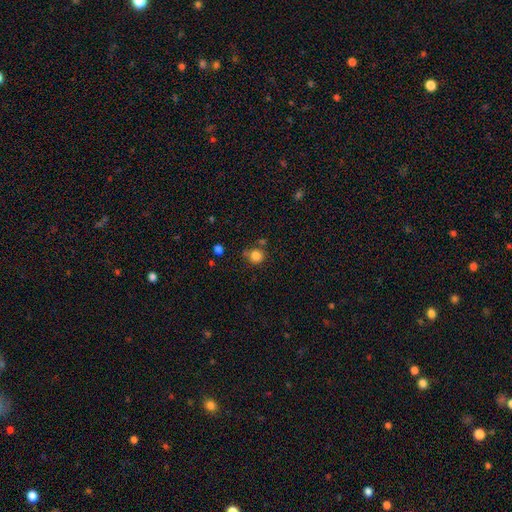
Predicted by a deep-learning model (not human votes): Smooth or featured?
  - smooth: 83% *
  - star or artifact: 11%
  - featured or disk: 5%
How rounded?
  - round: 84% *
  - in between: 15%
  - cigar-shaped: 1%
Merging?
  - none: 66% *
  - minor disturbance: 20%
  - merger: 9%
  - major disturbance: 6%